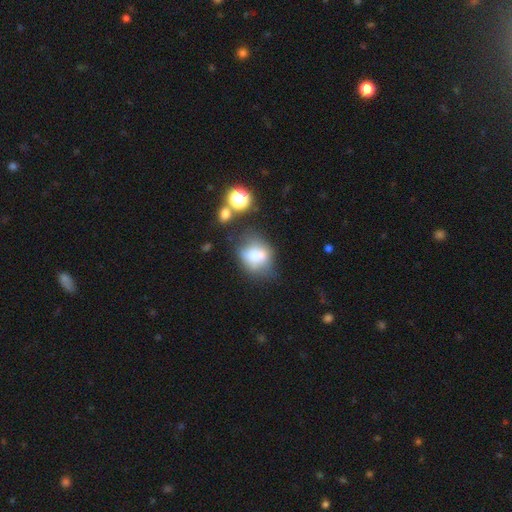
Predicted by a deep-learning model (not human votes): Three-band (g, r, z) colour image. It shows a smooth galaxy with no disk features (64%) that is round (51%). Merging: none (44%).